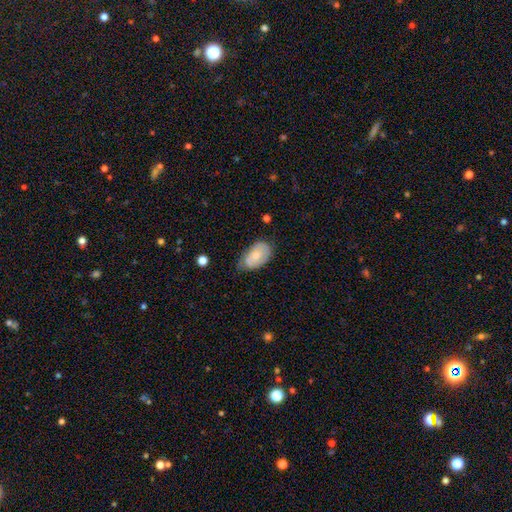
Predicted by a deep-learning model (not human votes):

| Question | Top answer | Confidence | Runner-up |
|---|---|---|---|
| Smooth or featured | smooth | 61% | featured or disk (33%) |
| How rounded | in between | 92% | round (7%) |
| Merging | none | 50% | minor disturbance (39%) |